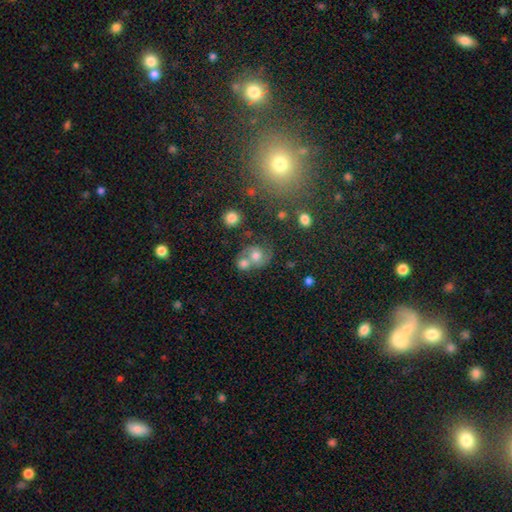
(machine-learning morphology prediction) A smooth galaxy with no disk features (46%).

Vote fractions:
- Smooth or featured? smooth: 46% / featured or disk: 43% / star or artifact: 11%
- Merging? merger: 48% / none: 33% / minor disturbance: 11% / major disturbance: 7%